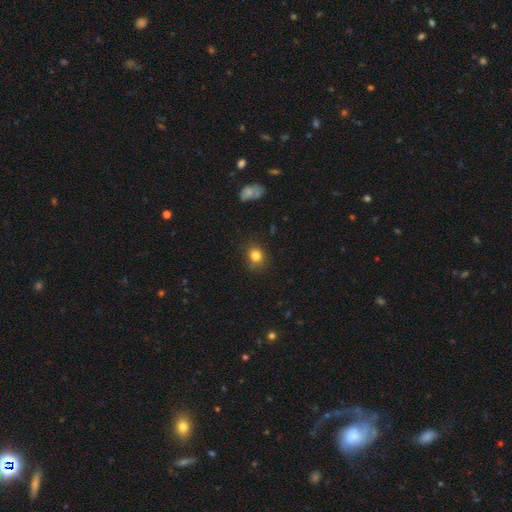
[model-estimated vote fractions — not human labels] Smooth or featured? Predicted: smooth (p=0.83). How rounded? Predicted: round (p=0.70). Merging? Predicted: none (p=0.84).